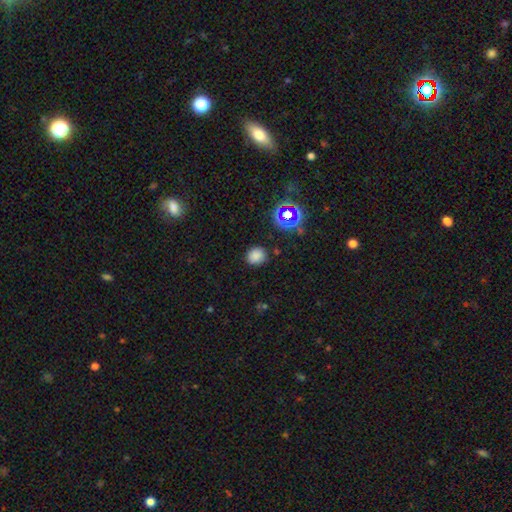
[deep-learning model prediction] The model was most divided on "how rounded": round: 75%, in between: 24%, cigar-shaped: 1%. More confident: merging — none (85%); smooth or featured — smooth (77%).